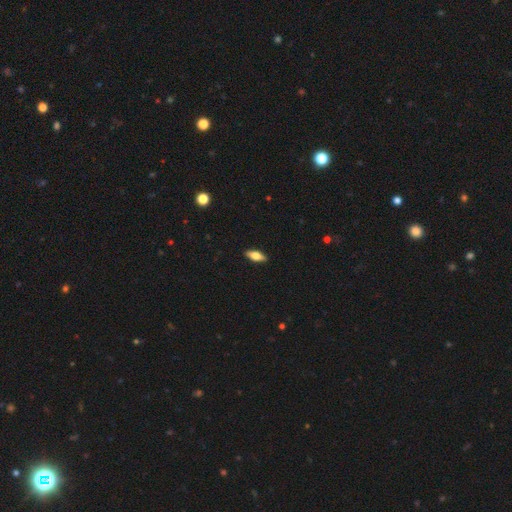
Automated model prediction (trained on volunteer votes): A smooth galaxy with no disk features (67%) that is in between round and cigar-shaped (73%). Merging: none (90%).